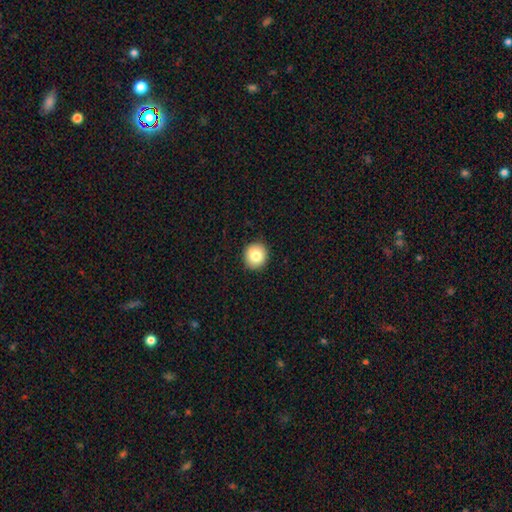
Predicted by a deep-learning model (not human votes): smooth_or_featured: smooth (p=0.82) [alt: featured or disk p=0.09]
how_rounded: round (p=0.89) [alt: in between p=0.10]
merging: none (p=0.92) [alt: minor disturbance p=0.05]